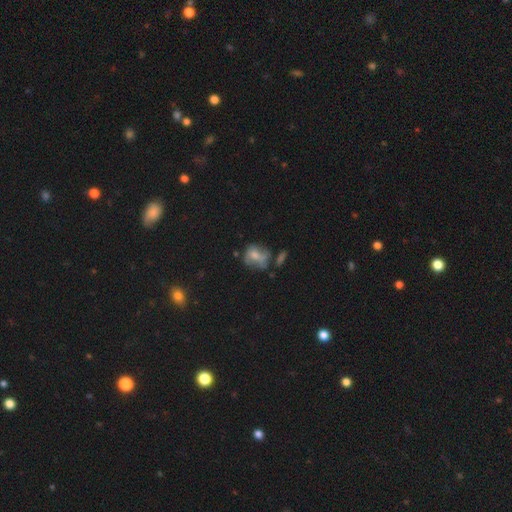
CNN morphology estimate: This appears to be a smooth galaxy with no disk features (48%). Merging: none (41%).